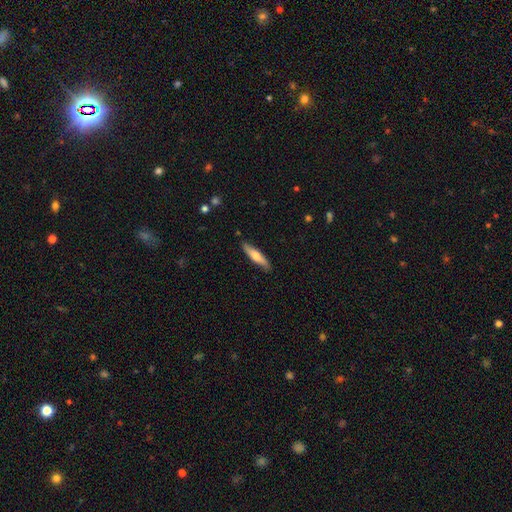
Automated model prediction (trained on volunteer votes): Overall: smooth (59%; featured or disk 36%). How rounded: cigar-shaped (83%). Merging: none (87%).